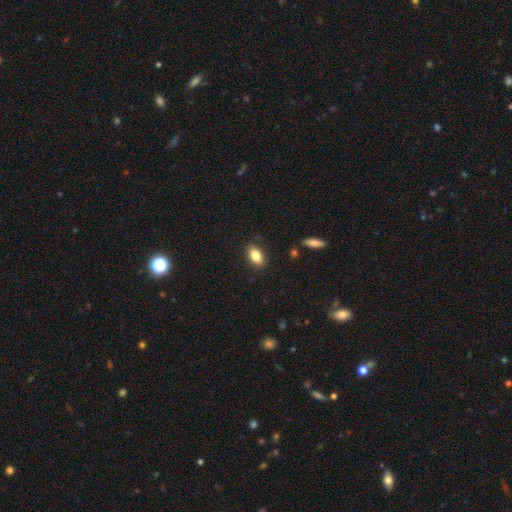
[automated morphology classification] Q: Smooth or featured?
A: smooth (83%); runner-up: featured or disk (9%)
Q: How rounded?
A: in between (89%); runner-up: round (7%)
Q: Merging?
A: none (87%); runner-up: minor disturbance (10%)